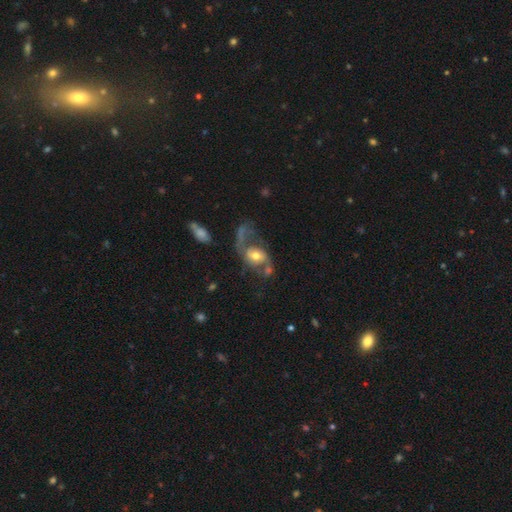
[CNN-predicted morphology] smooth_or_featured: featured or disk (p=0.64) [alt: smooth p=0.28]
disk_edge_on: no (p=0.96) [alt: yes p=0.04]
bar: no (p=0.64) [alt: weak p=0.28]
has_spiral_arms: yes (p=0.76) [alt: no p=0.24]
bulge_size: moderate (p=0.66) [alt: large p=0.15]
merging: major disturbance (p=0.41) [alt: none p=0.28]